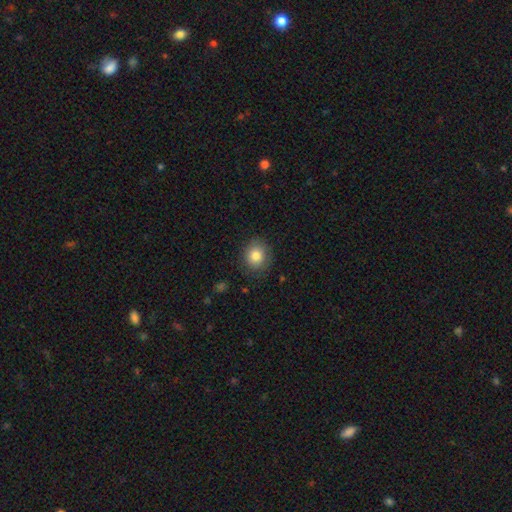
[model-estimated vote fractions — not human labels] The model was most divided on "how rounded": round: 81%, in between: 18%, cigar-shaped: 1%. More confident: merging — none (85%); smooth or featured — smooth (83%).